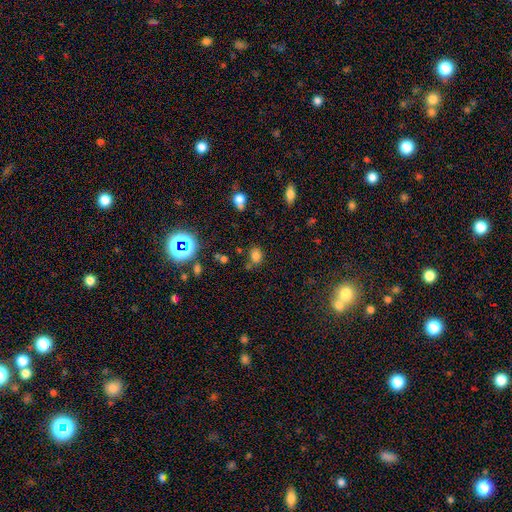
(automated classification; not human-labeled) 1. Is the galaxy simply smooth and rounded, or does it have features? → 74% smooth, 20% star or artifact, 7% featured or disk.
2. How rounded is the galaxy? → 51% in between, 48% round, 1% cigar-shaped.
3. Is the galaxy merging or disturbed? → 70% none, 16% minor disturbance, 9% merger, 5% major disturbance.